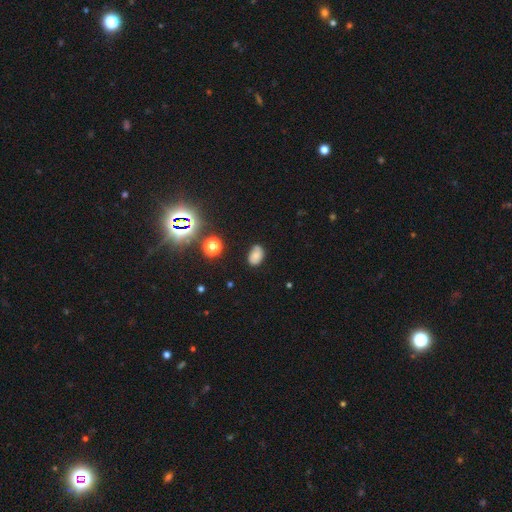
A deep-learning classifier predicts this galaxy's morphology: A smooth galaxy with no disk features (70%) that is in between round and cigar-shaped (84%).

Vote fractions:
- Smooth or featured? smooth: 70% / star or artifact: 15% / featured or disk: 15%
- How rounded? in between: 84% / round: 14% / cigar-shaped: 1%
- Merging? none: 75% / minor disturbance: 20% / major disturbance: 4% / merger: 2%